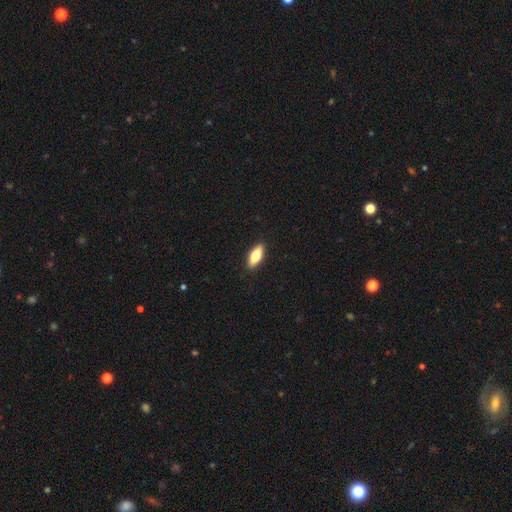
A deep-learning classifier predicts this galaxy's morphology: Q: Smooth or featured?
A: smooth (66%); runner-up: featured or disk (28%)
Q: How rounded?
A: in between (70%); runner-up: cigar-shaped (27%)
Q: Merging?
A: none (90%); runner-up: minor disturbance (8%)